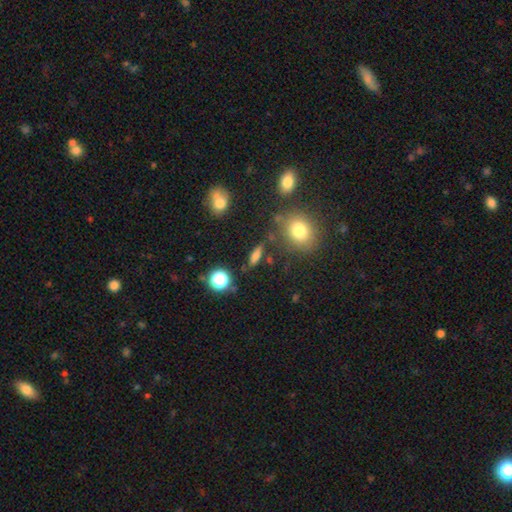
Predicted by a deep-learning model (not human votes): This appears to be a smooth galaxy with no disk features (65%) that is cigar-shaped (49%). Merging: none (79%).